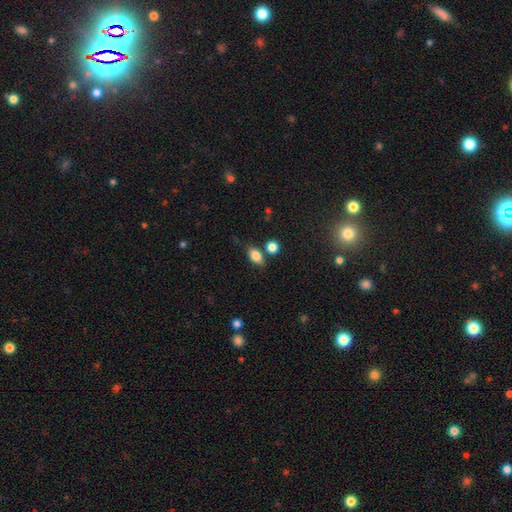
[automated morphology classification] This is clearly a smooth galaxy (83%). How rounded: clearly in between (82%). Merging: likely none (68%).